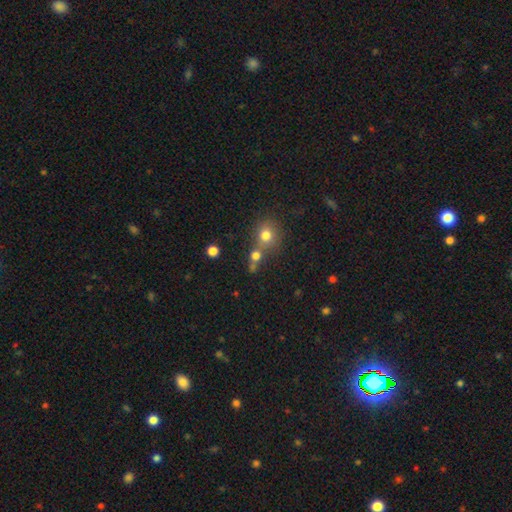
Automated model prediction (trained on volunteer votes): The model was most divided on "merging" (2-way tie): merger: 43%, none: 43%, minor disturbance: 8%, major disturbance: 5%. More confident: how rounded — round (74%); smooth or featured — smooth (70%).